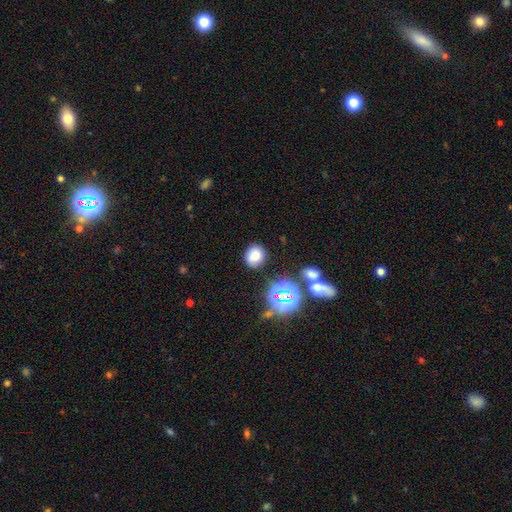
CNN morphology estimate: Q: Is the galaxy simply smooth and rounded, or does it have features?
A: smooth — 75%.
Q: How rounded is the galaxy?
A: round — 69%.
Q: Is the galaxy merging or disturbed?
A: none — 82%.